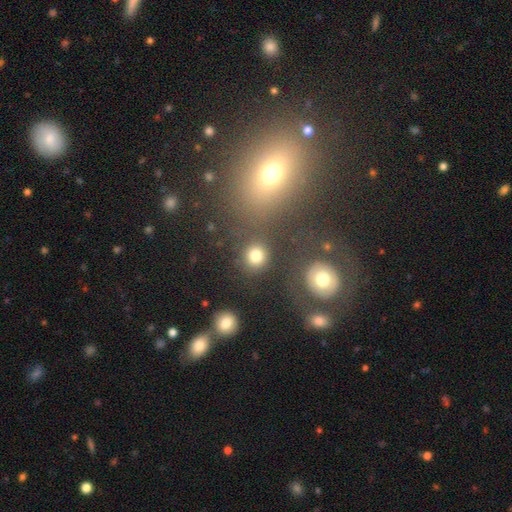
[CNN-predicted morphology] A smooth galaxy with no disk features (79%) that is round (86%). Merging: none (81%).